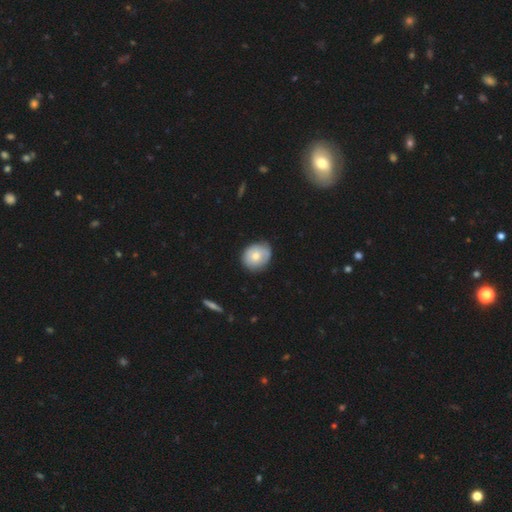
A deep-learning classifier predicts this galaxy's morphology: Smooth or featured? smooth (69%)
How rounded? round (67%)
Merging? none (76%)